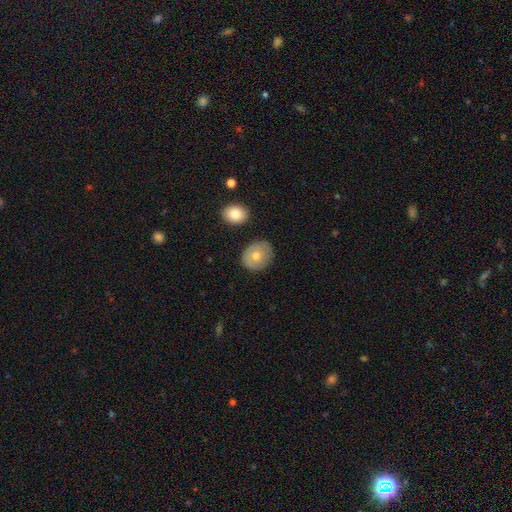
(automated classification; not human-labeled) Morphology: type=smooth (65%); roundness=round (64%); merging=none (80%).